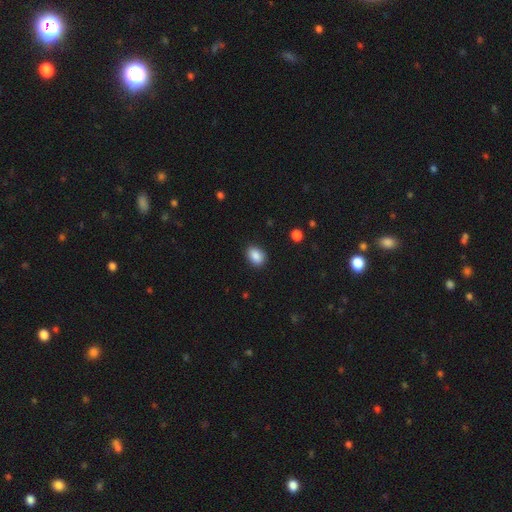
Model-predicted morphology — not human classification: Smooth or featured? Predicted: smooth (p=0.88). How rounded? Predicted: in between (p=0.76). Merging? Predicted: none (p=0.87).